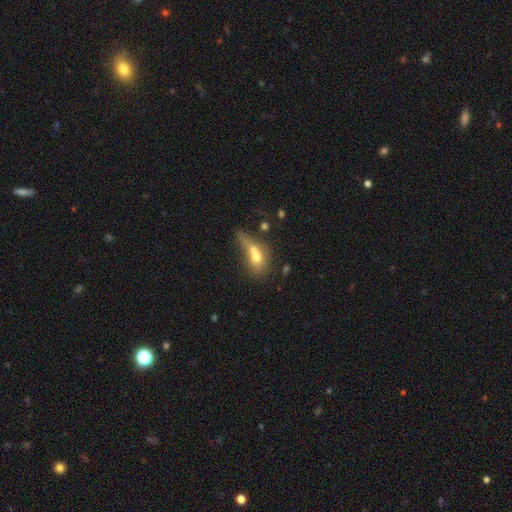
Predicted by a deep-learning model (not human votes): smooth_or_featured: smooth (p=0.61) [alt: featured or disk p=0.27]
how_rounded: in between (p=0.50) [alt: round p=0.39]
merging: merger (p=0.58) [alt: none p=0.20]